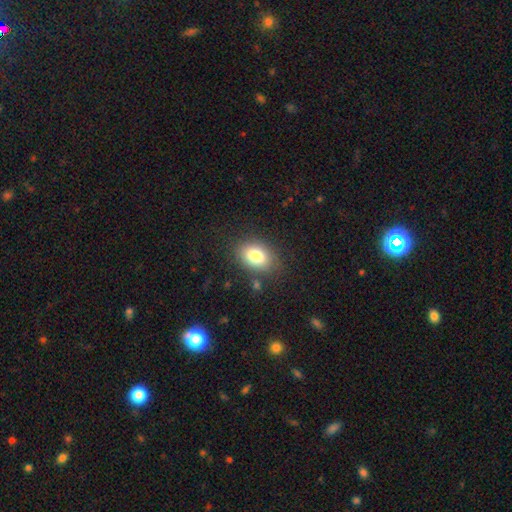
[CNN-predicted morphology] type=smooth (81%); roundness=in between (84%); merging=none (81%).